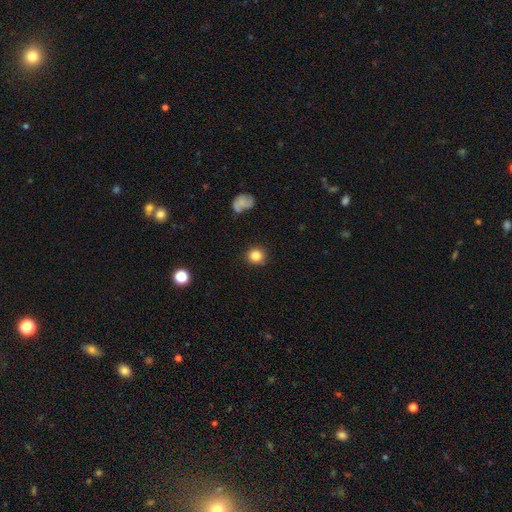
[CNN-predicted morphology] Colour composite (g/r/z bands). It shows a smooth galaxy with no disk features (83%) that is round (88%). Merging: none (86%).